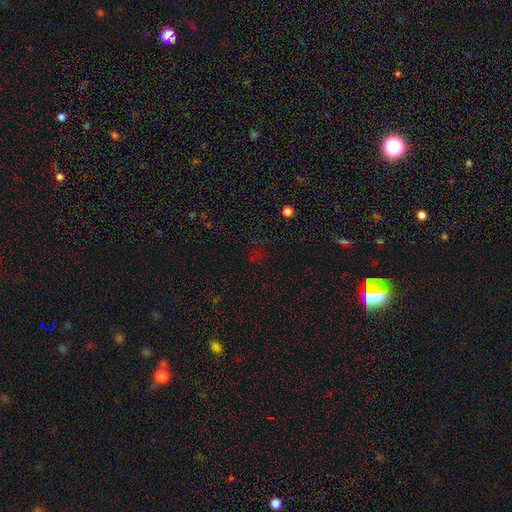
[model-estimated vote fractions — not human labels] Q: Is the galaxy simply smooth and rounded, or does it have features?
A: star or artifact — 60%.